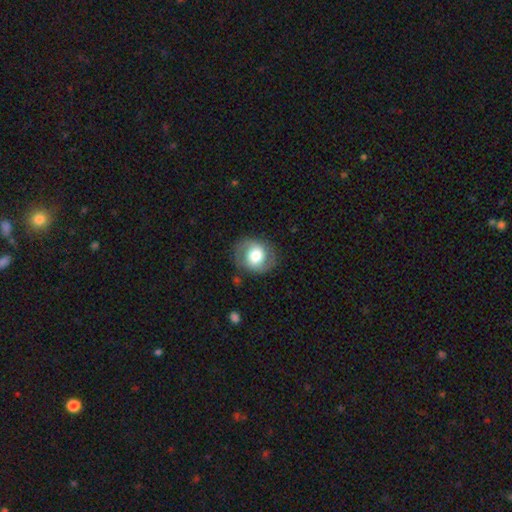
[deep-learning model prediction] smooth-or-featured: smooth: 49% | featured or disk: 44% | star or artifact: 7%
  merging: none: 80% | minor disturbance: 13% | major disturbance: 6% | merger: 1%